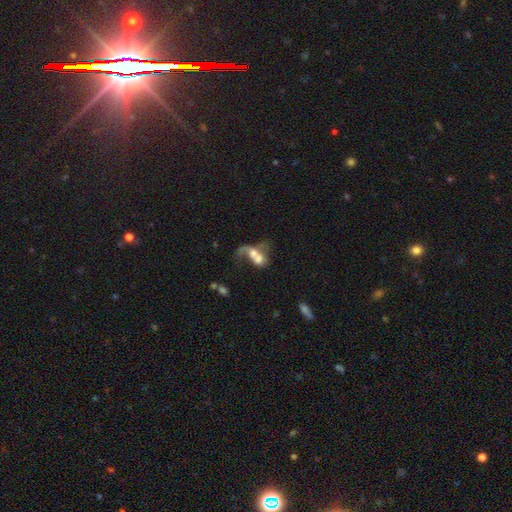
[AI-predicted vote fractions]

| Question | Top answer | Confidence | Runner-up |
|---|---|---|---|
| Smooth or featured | smooth | 46% | featured or disk (44%) |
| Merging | merger | 70% | major disturbance (15%) |